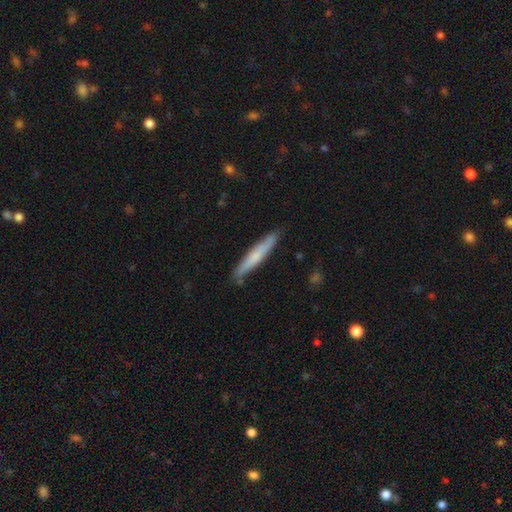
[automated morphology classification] A smooth galaxy with no disk features (61%) that is cigar-shaped (95%).

Vote fractions:
- Smooth or featured? smooth: 61% / featured or disk: 33% / star or artifact: 6%
- How rounded? cigar-shaped: 95% / in between: 4% / round: 1%
- Merging? none: 85% / minor disturbance: 11% / major disturbance: 2% / merger: 2%